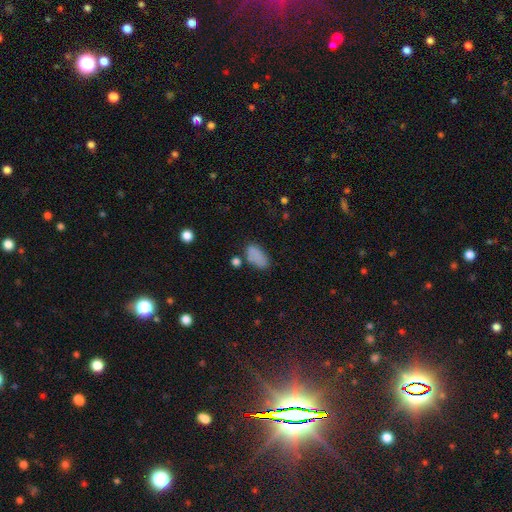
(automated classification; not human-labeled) Smooth or featured? smooth (83%)
How rounded? in between (92%)
Merging? none (64%)